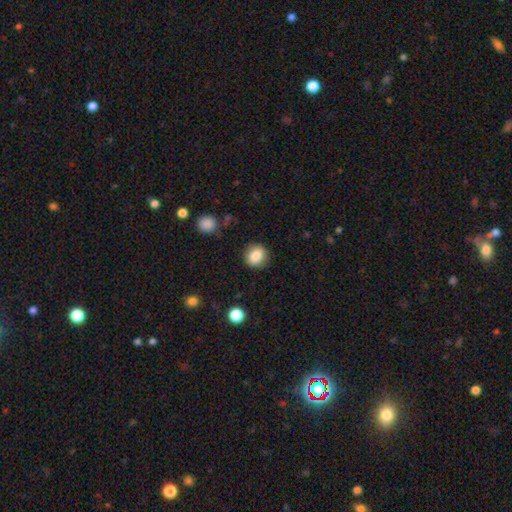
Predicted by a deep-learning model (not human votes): Q: Smooth or featured?
A: smooth (85%); runner-up: star or artifact (9%)
Q: How rounded?
A: round (78%); runner-up: in between (21%)
Q: Merging?
A: none (86%); runner-up: minor disturbance (9%)